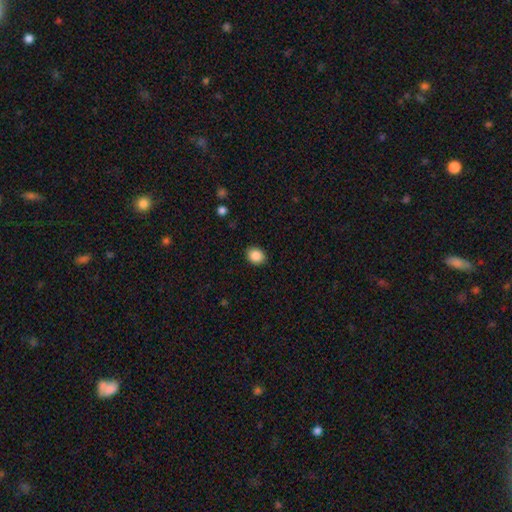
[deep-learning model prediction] smooth_or_featured: smooth (p=0.88) [alt: star or artifact p=0.09]
how_rounded: round (p=0.56) [alt: in between p=0.43]
merging: none (p=0.89) [alt: minor disturbance p=0.08]